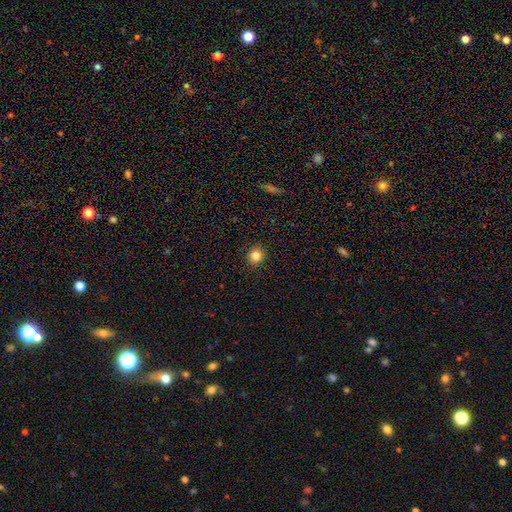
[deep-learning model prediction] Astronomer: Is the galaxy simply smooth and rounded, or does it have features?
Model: smooth — 84%.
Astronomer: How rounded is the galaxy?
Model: round — 87%.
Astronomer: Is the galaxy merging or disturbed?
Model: none — 91%.